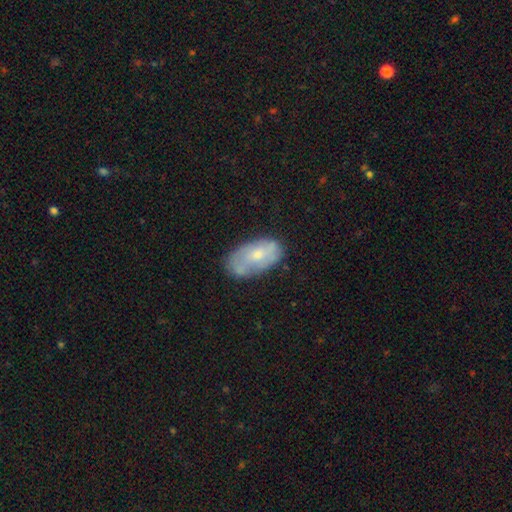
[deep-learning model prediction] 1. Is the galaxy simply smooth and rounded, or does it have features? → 53% smooth, 41% featured or disk, 7% star or artifact.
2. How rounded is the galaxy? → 93% in between, 4% round, 3% cigar-shaped.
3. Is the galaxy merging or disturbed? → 62% none, 27% minor disturbance, 7% major disturbance, 4% merger.